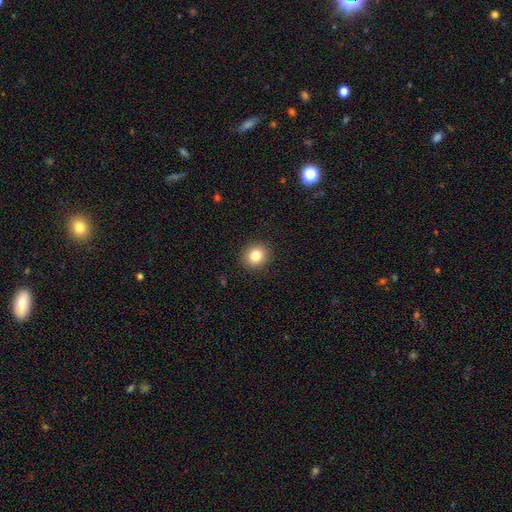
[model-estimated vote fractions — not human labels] Morphology: type=smooth (83%); roundness=round (83%); merging=none (91%).